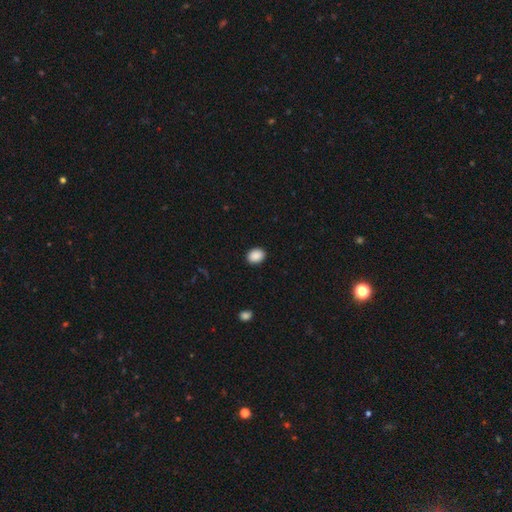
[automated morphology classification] A smooth galaxy with no disk features (90%) that is in between round and cigar-shaped (59%). Merging: none (90%).